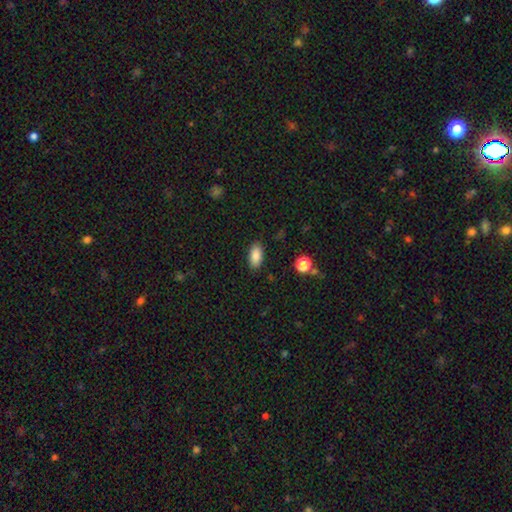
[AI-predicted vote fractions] smooth 86%, star or artifact 8%, featured or disk 5%. Down the decision tree: how rounded — in between (91%); merging — none (87%).